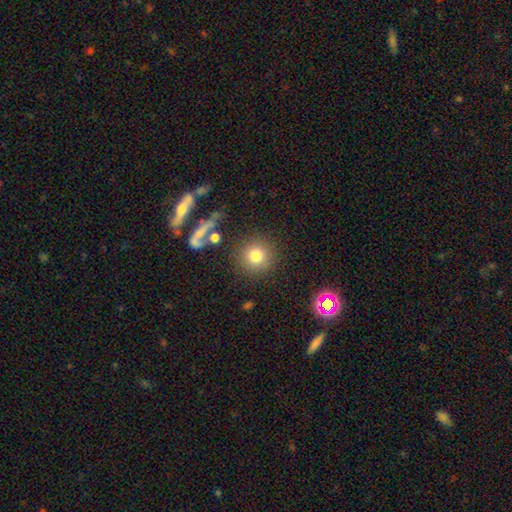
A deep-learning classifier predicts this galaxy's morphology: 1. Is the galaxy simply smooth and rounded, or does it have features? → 79% smooth, 11% star or artifact, 10% featured or disk.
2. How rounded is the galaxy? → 93% round, 6% in between, 1% cigar-shaped.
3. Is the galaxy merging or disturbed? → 82% none, 8% minor disturbance, 5% merger, 5% major disturbance.